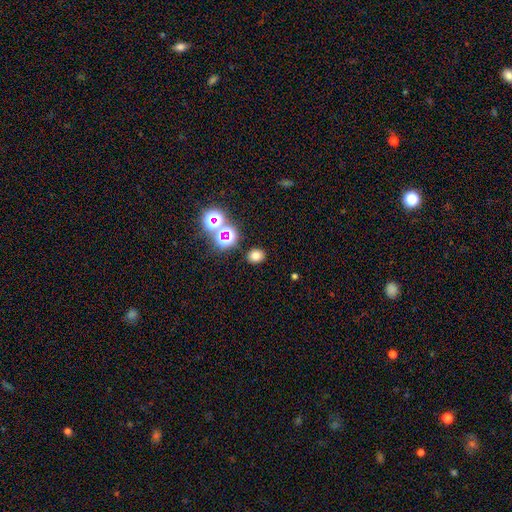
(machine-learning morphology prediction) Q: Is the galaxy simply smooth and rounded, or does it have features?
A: smooth — 72%.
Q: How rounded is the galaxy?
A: round — 63%.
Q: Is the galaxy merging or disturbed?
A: none — 87%.